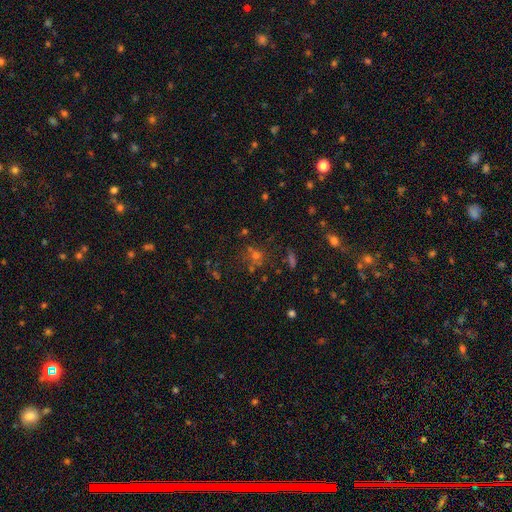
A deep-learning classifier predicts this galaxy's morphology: A smooth galaxy with no disk features (45%). Merging: none (63%).